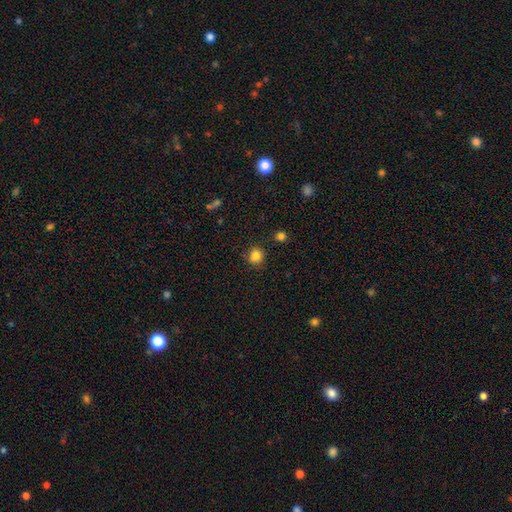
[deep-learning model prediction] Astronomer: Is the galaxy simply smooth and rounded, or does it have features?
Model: smooth — 83%.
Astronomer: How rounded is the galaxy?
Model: round — 87%.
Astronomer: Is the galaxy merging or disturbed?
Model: none — 85%.